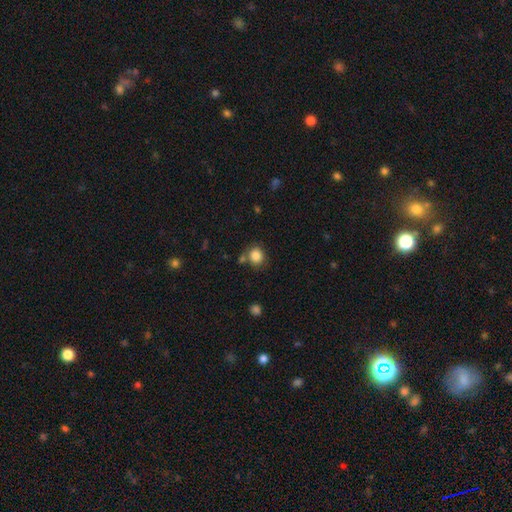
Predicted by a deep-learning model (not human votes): Smooth or featured? Predicted: smooth (p=0.85). How rounded? Predicted: round (p=0.75). Merging? Predicted: none (p=0.69).